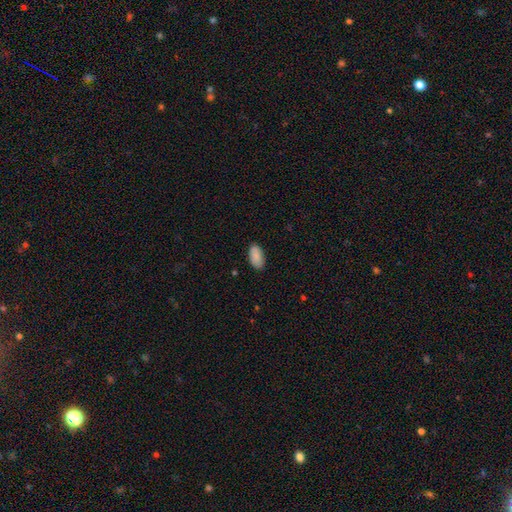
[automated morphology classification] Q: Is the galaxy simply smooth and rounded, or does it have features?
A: smooth — 89%.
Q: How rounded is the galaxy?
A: in between — 94%.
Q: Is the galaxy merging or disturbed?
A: none — 87%.